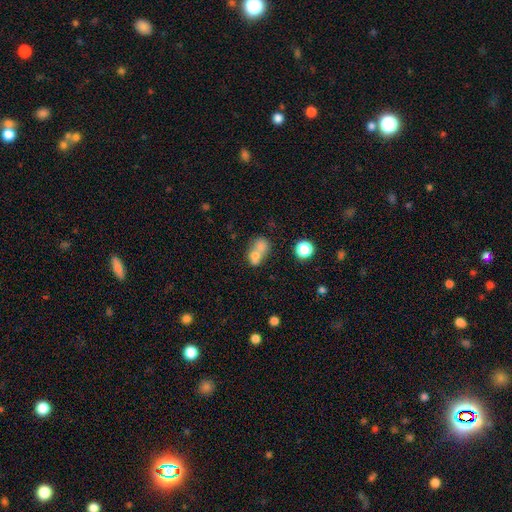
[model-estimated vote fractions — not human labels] smooth_or_featured: smooth (p=0.69) [alt: featured or disk p=0.19]
how_rounded: round (p=0.51) [alt: in between p=0.48]
merging: merger (p=0.68) [alt: none p=0.21]